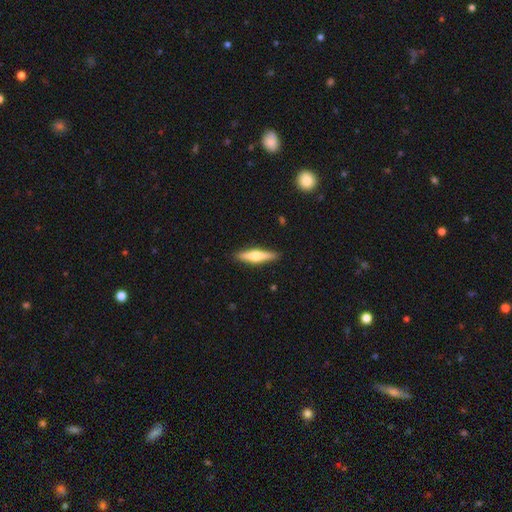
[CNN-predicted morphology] The model was most divided on "smooth or featured": featured or disk: 55%, smooth: 39%, star or artifact: 5%. More confident: edge-on disk — yes (96%); merging — none (90%); edge-on bulge — rounded (89%).